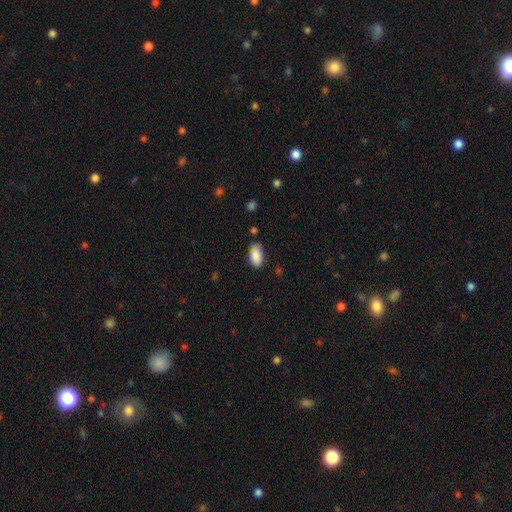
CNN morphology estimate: Smooth or featured? smooth (87%)
How rounded? in between (92%)
Merging? none (66%)